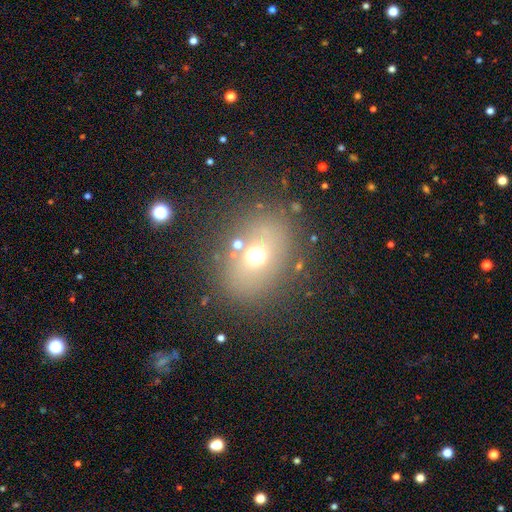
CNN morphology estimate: A smooth galaxy with no disk features (57%) that is round (58%).

Vote fractions:
- Smooth or featured? smooth: 57% / star or artifact: 26% / featured or disk: 17%
- How rounded? round: 58% / in between: 40% / cigar-shaped: 1%
- Merging? none: 76% / minor disturbance: 11% / major disturbance: 7% / merger: 6%